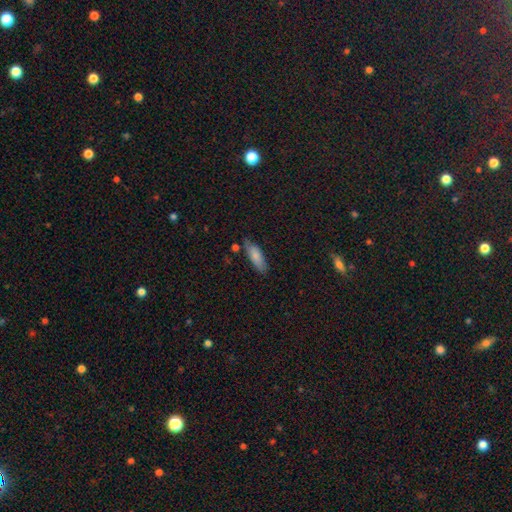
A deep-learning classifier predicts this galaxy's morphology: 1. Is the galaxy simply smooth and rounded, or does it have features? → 80% smooth, 13% featured or disk, 7% star or artifact.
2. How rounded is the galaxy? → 59% in between, 39% cigar-shaped, 2% round.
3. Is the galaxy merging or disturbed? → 73% none, 19% minor disturbance, 4% merger, 3% major disturbance.